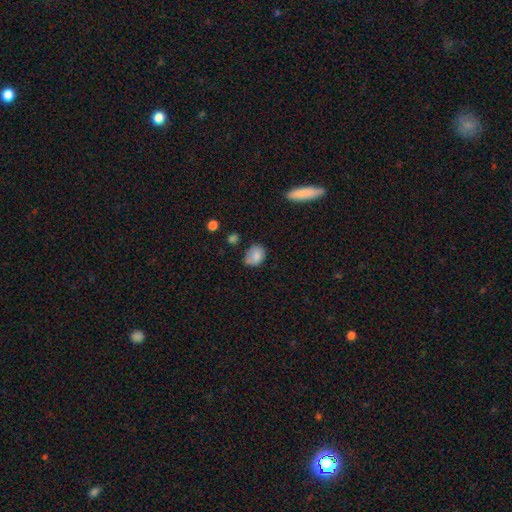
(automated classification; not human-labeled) Smooth or featured: smooth — 82% (star or artifact — 9%)
How rounded: in between — 64% (round — 35%)
Merging: none — 51% (minor disturbance — 35%)